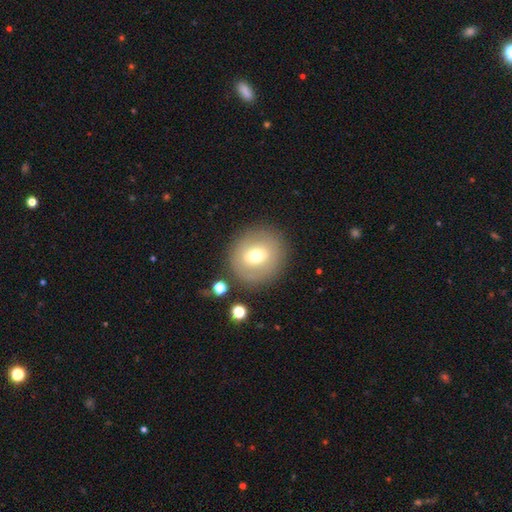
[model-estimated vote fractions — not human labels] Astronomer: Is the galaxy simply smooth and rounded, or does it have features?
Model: smooth — 57% (runner-up: featured or disk, 33%).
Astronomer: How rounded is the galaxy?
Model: round — 83%.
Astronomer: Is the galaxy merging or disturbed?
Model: none — 83%.